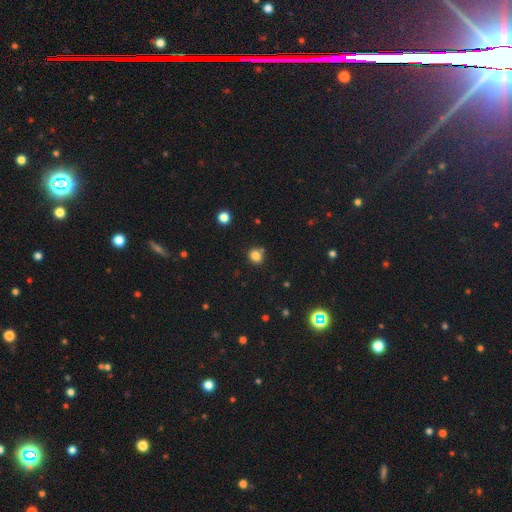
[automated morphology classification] A smooth galaxy with no disk features (80%) that is round (75%).

Vote fractions:
- Smooth or featured? smooth: 80% / star or artifact: 14% / featured or disk: 6%
- How rounded? round: 75% / in between: 24% / cigar-shaped: 1%
- Merging? none: 73% / minor disturbance: 13% / merger: 11% / major disturbance: 3%